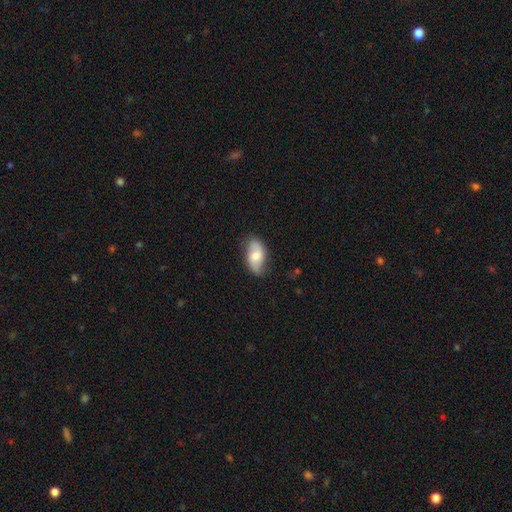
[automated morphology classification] smooth 60%, featured or disk 33%, star or artifact 6%. Down the decision tree: how rounded — in between (92%); merging — none (74%).